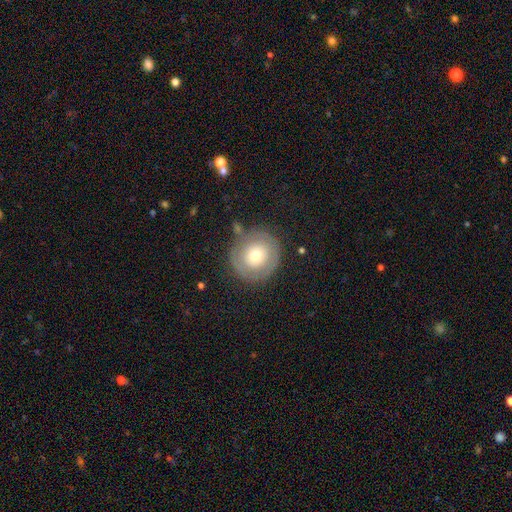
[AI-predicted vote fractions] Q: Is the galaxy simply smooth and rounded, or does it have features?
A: smooth — 51%.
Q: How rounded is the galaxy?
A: round — 92%.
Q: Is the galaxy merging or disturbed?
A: none — 76%.